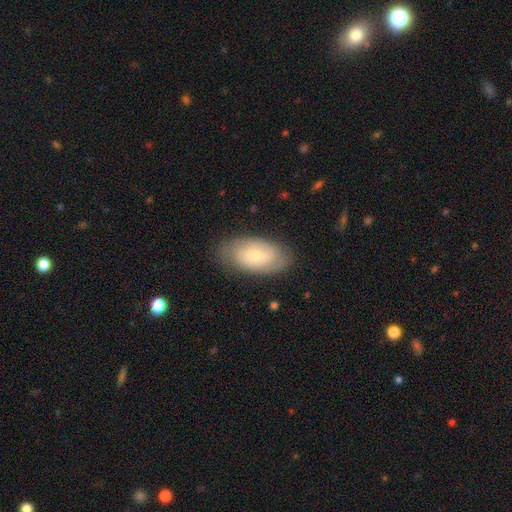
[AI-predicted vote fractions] smooth-or-featured: smooth: 62% | featured or disk: 32% | star or artifact: 7%
  how-rounded: in between: 94% | round: 4% | cigar-shaped: 2%
  merging: none: 79% | minor disturbance: 15% | major disturbance: 4% | merger: 1%